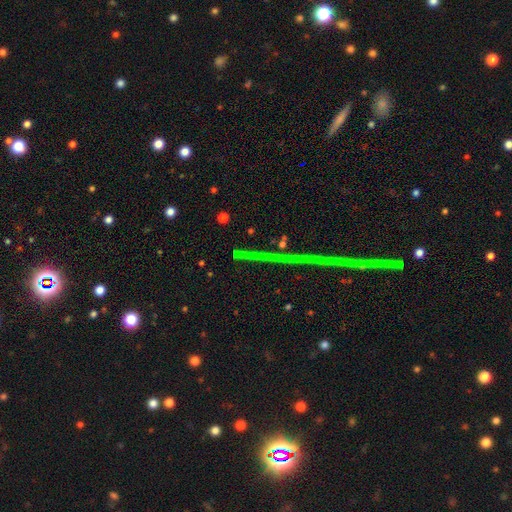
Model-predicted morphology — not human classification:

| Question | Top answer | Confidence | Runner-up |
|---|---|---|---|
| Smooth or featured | star or artifact | 77% | featured or disk (13%) |